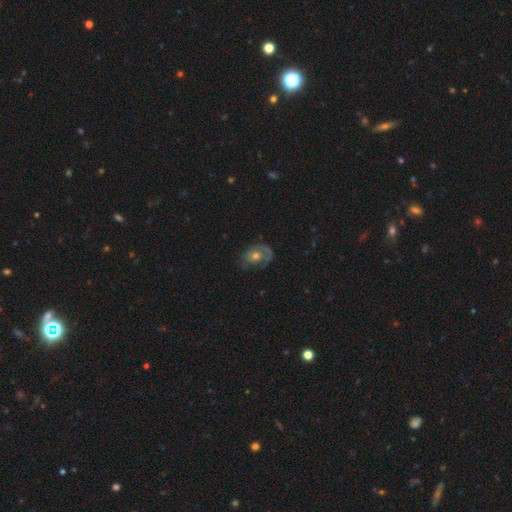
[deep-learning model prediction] The model was most divided on "bulge size": moderate: 64%, small: 27%, large: 6%, none: 2%, dominant: 1%. More confident: edge-on disk — no (96%); bar — no (81%); spiral arms — yes (77%); smooth or featured — featured or disk (65%); merging — none (63%).